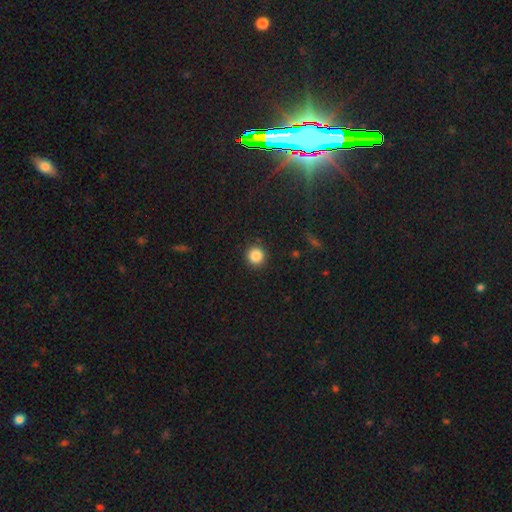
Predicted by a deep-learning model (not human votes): This appears to be a smooth galaxy with no disk features (87%) that is round (95%). Merging: none (92%).